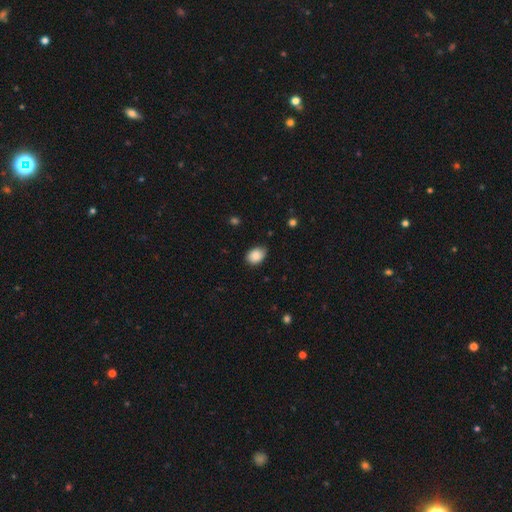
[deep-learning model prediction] Smooth or featured? smooth (87%)
How rounded? in between (73%)
Merging? none (76%)